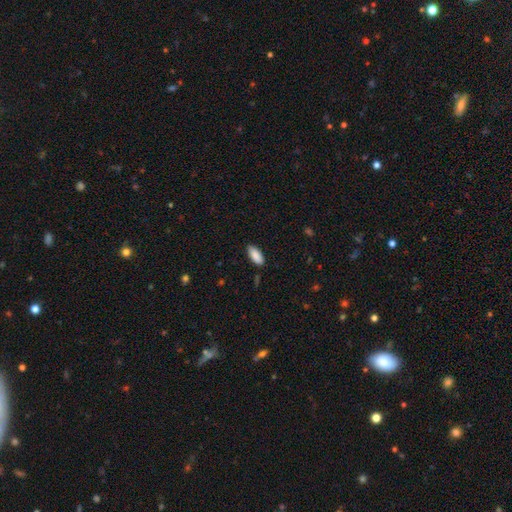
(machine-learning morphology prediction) Smooth or featured: smooth — 89% (star or artifact — 6%)
How rounded: in between — 87% (cigar-shaped — 12%)
Merging: none — 87% (minor disturbance — 10%)